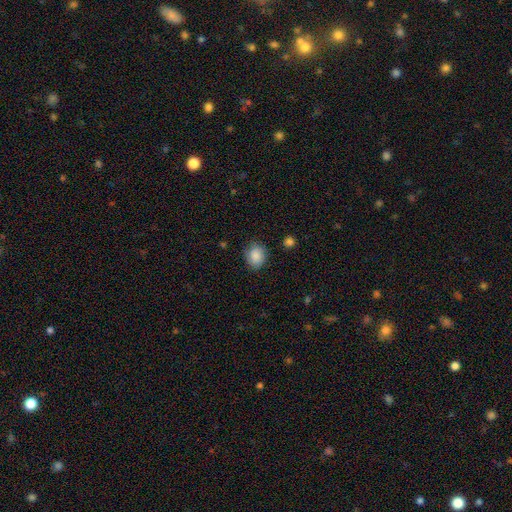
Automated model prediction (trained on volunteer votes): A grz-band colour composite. It shows a smooth galaxy with no disk features (86%) that is in between round and cigar-shaped (50%). Merging: none (81%).